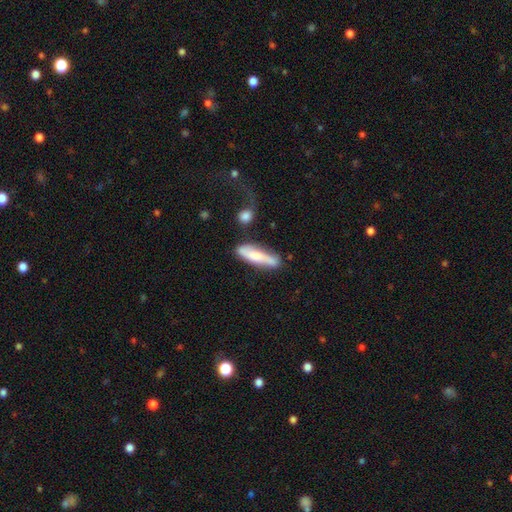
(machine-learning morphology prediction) smooth 58%, featured or disk 36%, star or artifact 6%. Down the decision tree: how rounded — cigar-shaped (72%); merging — none (62%).